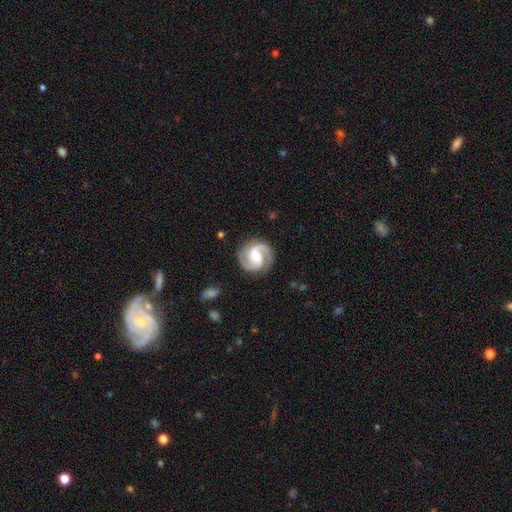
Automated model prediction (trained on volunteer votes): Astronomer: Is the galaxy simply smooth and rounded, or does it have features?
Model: featured or disk — 89%.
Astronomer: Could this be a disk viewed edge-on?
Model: no — 98%.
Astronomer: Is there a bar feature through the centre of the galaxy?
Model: weak — 46% (runner-up: no, 34%).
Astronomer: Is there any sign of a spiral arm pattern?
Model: yes — 98%.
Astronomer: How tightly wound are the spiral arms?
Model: medium — 51% (runner-up: tight, 37%).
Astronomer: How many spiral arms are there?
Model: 2 — 92%.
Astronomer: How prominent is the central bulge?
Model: moderate — 50% (runner-up: small, 31%).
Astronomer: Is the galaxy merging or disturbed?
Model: none — 84%.